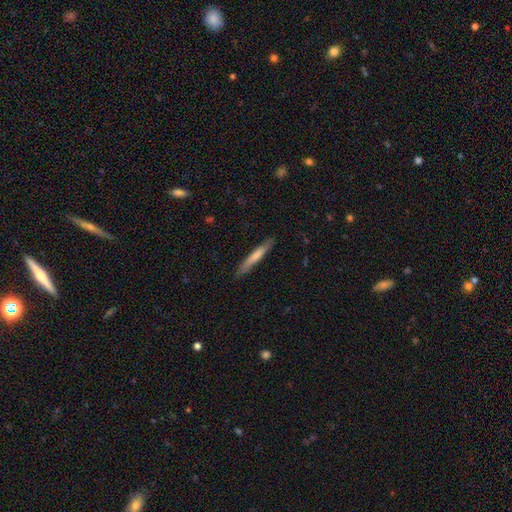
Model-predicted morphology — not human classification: smooth-or-featured: smooth: 67% | featured or disk: 28% | star or artifact: 5%
  how-rounded: cigar-shaped: 95% | in between: 4% | round: 1%
  merging: none: 85% | minor disturbance: 12% | major disturbance: 2% | merger: 1%